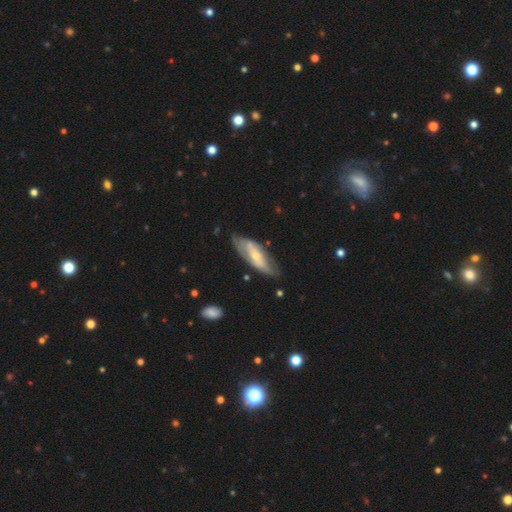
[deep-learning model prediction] smooth_or_featured: featured or disk (p=0.65) [alt: smooth p=0.30]
disk_edge_on: no (p=0.79) [alt: yes p=0.21]
bar: no (p=0.50) [alt: weak p=0.29]
has_spiral_arms: yes (p=0.65) [alt: no p=0.35]
bulge_size: small (p=0.57) [alt: moderate p=0.39]
merging: none (p=0.60) [alt: minor disturbance p=0.27]